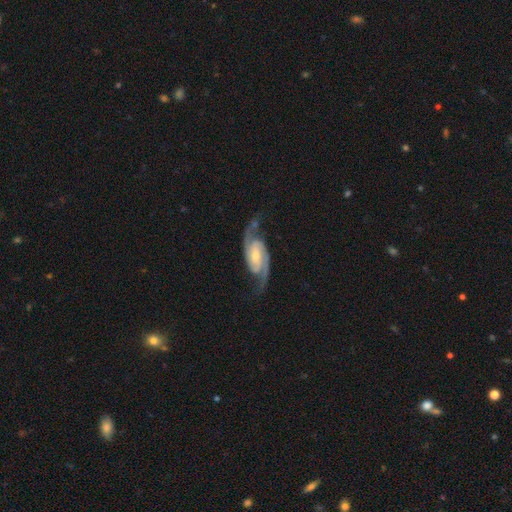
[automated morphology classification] Q: Smooth or featured?
A: featured or disk (92%); runner-up: smooth (4%)
Q: Edge-on disk?
A: no (97%); runner-up: yes (3%)
Q: Bar?
A: weak (41%); runner-up: no (33%)
Q: Spiral arms?
A: yes (98%); runner-up: no (2%)
Q: Spiral winding?
A: medium (53%); runner-up: tight (24%)
Q: Spiral arm count?
A: 2 (94%); runner-up: can't tell (2%)
Q: Bulge size?
A: small (54%); runner-up: moderate (38%)
Q: Merging?
A: none (77%); runner-up: minor disturbance (14%)